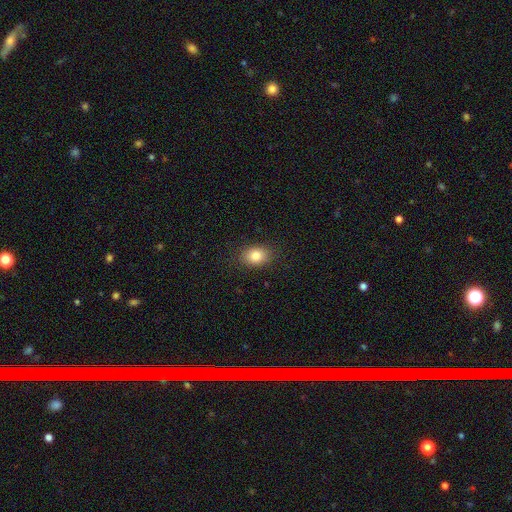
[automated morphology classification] A smooth galaxy with no disk features (83%) that is in between round and cigar-shaped (67%).

Vote fractions:
- Smooth or featured? smooth: 83% / star or artifact: 9% / featured or disk: 7%
- How rounded? in between: 67% / round: 32% / cigar-shaped: 1%
- Merging? none: 86% / minor disturbance: 10% / major disturbance: 3% / merger: 1%